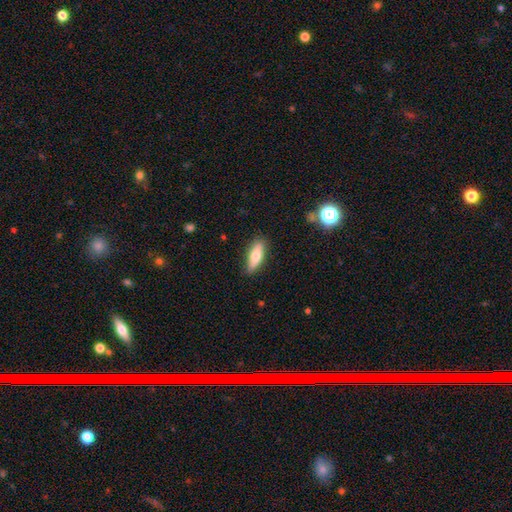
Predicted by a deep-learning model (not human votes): Smooth or featured? smooth (72%)
How rounded? in between (62%)
Merging? none (83%)